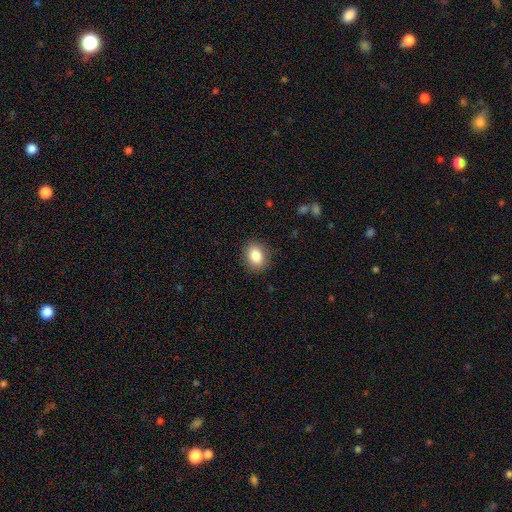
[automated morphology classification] This appears to be a smooth galaxy with no disk features (85%) that is in between round and cigar-shaped (63%). Merging: none (88%).